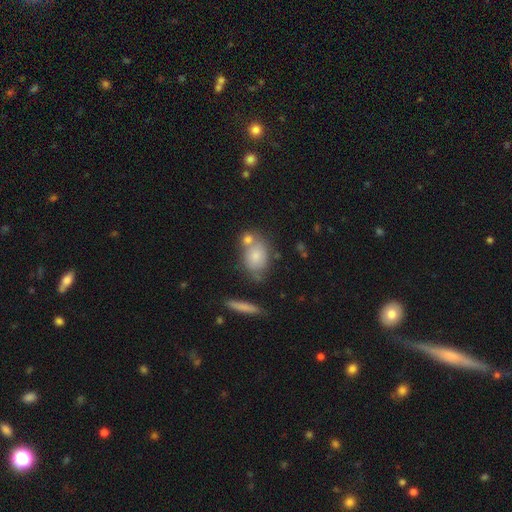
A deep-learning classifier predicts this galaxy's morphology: A smooth galaxy with no disk features (75%) that is in between round and cigar-shaped (68%). Merging: none (49%).